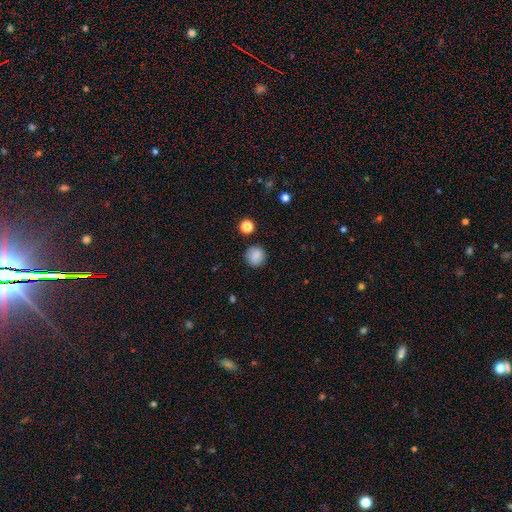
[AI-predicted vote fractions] smooth 85%, star or artifact 10%, featured or disk 5%. Down the decision tree: how rounded — round (93%); merging — none (88%).